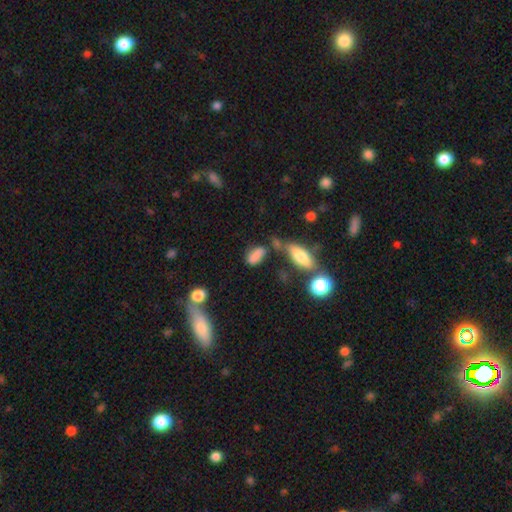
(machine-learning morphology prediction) Smooth or featured? Predicted: smooth (p=0.79). How rounded? Predicted: in between (p=0.82). Merging? Predicted: none (p=0.53).